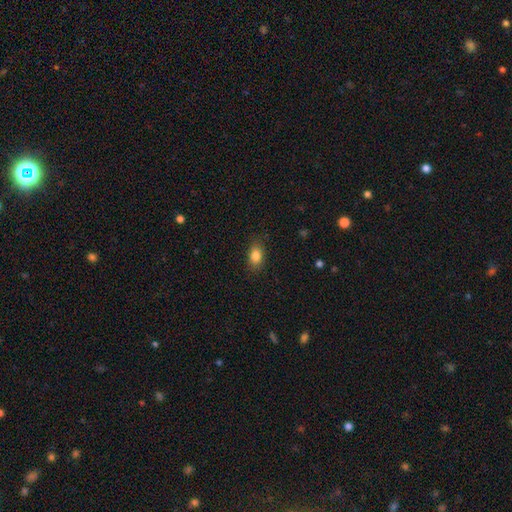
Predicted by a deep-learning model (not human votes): The model was most divided on "how rounded": in between: 81%, round: 16%, cigar-shaped: 3%. More confident: smooth or featured — smooth (84%); merging — none (84%).